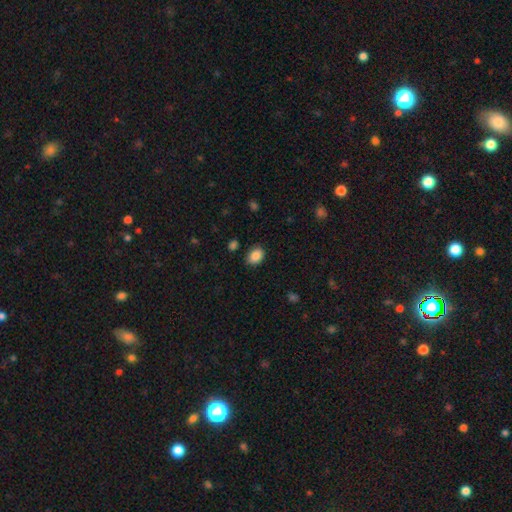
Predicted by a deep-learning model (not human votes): Morphology: type=smooth (88%); roundness=in between (75%); merging=none (84%).